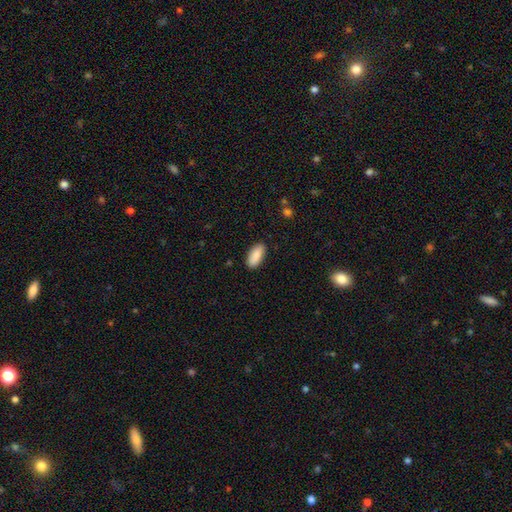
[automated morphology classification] Smooth or featured: smooth — 88% (star or artifact — 6%)
How rounded: in between — 87% (cigar-shaped — 11%)
Merging: none — 88% (minor disturbance — 9%)